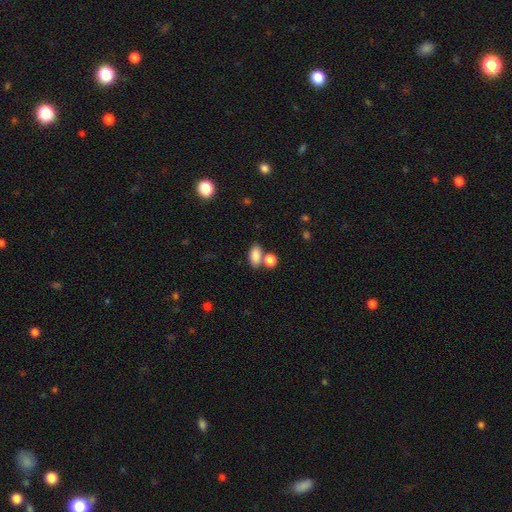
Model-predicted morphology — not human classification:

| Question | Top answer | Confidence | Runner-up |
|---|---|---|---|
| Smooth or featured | smooth | 84% | star or artifact (9%) |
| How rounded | in between | 86% | round (10%) |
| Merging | none | 54% | merger (31%) |